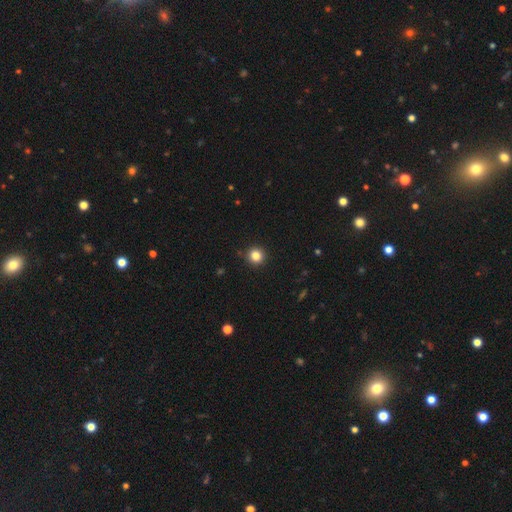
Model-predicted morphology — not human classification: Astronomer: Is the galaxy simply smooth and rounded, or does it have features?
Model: smooth — 84%.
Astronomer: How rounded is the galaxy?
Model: round — 94%.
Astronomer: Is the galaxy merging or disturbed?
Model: none — 92%.